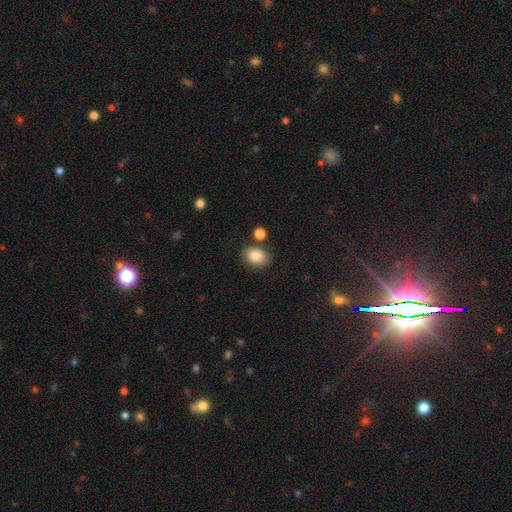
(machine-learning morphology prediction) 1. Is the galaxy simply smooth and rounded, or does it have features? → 84% smooth, 9% star or artifact, 7% featured or disk.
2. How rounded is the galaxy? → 67% in between, 32% round, 1% cigar-shaped.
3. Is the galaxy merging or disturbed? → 78% none, 12% minor disturbance, 7% merger, 3% major disturbance.